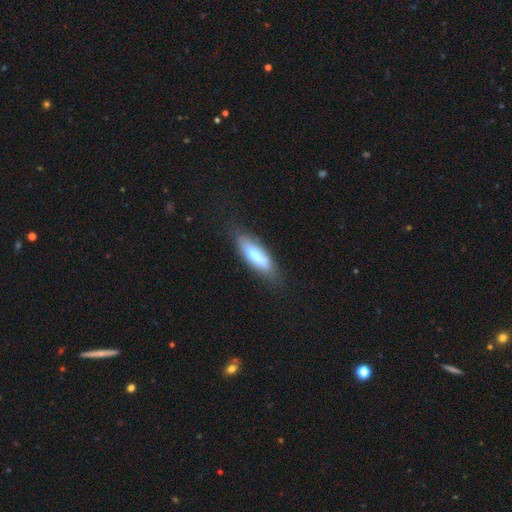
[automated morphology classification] Smooth or featured? smooth (67%)
How rounded? in between (50%)
Merging? none (71%)